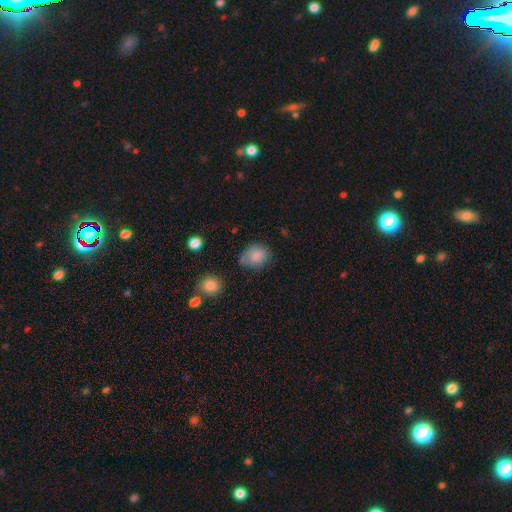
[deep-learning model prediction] Smooth or featured? smooth (82%)
How rounded? in between (51%)
Merging? none (57%)